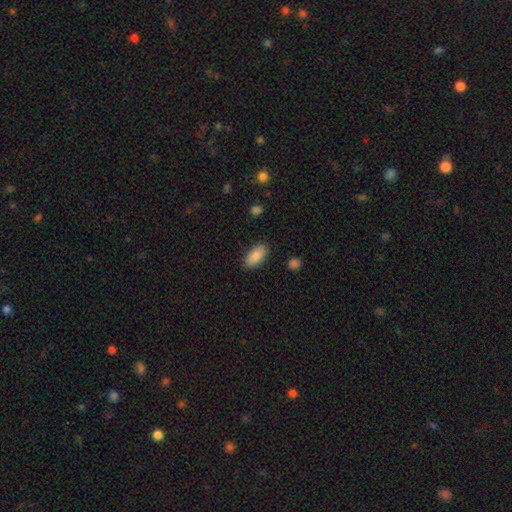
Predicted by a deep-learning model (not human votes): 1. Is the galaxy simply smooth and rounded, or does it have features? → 84% smooth, 9% featured or disk, 7% star or artifact.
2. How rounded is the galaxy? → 92% in between, 5% cigar-shaped, 3% round.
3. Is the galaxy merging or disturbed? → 87% none, 10% minor disturbance, 2% major disturbance, 1% merger.